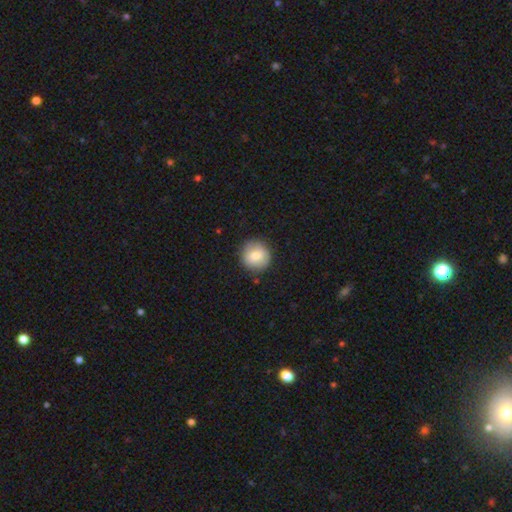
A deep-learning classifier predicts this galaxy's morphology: smooth_or_featured: smooth (p=0.78) [alt: featured or disk p=0.14]
how_rounded: round (p=0.93) [alt: in between p=0.06]
merging: none (p=0.87) [alt: minor disturbance p=0.09]